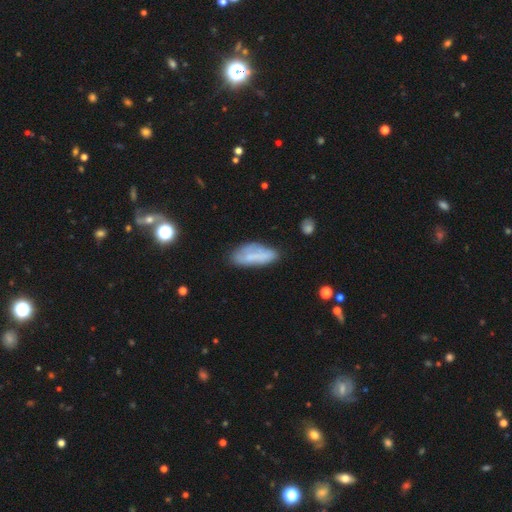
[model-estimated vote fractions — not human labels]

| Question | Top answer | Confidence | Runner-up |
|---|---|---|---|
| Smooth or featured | smooth | 60% | featured or disk (32%) |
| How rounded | in between | 71% | cigar-shaped (27%) |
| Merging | none | 63% | minor disturbance (25%) |